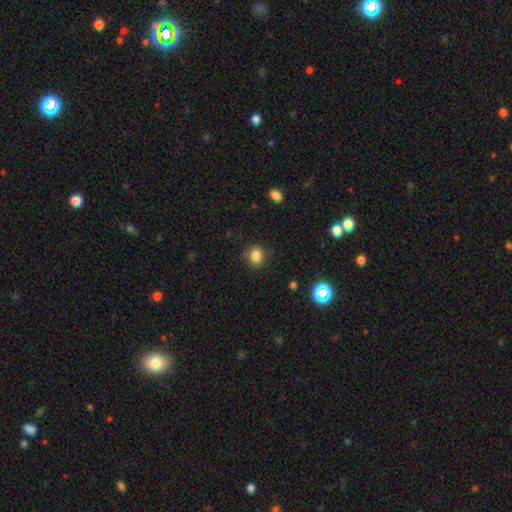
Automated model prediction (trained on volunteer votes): This appears to be a smooth galaxy with no disk features (83%) that is round (63%). Merging: none (83%).